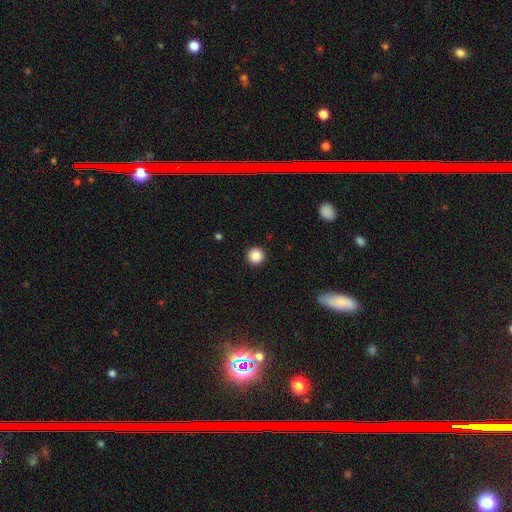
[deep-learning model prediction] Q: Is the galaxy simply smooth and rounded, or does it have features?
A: smooth — 88%.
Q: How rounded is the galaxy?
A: round — 96%.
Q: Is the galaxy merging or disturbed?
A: none — 93%.